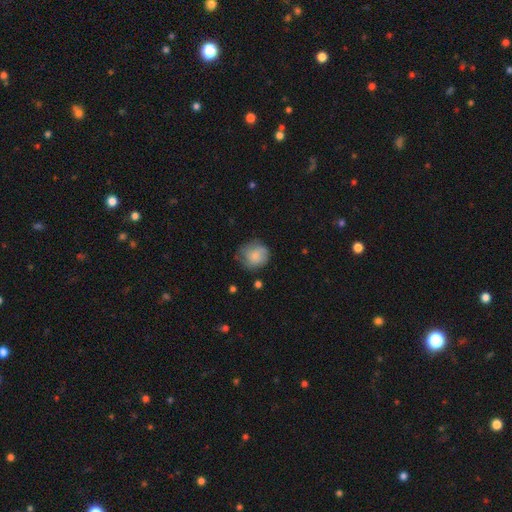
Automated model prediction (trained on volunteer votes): Smooth or featured? smooth (72%)
How rounded? round (84%)
Merging? none (64%)